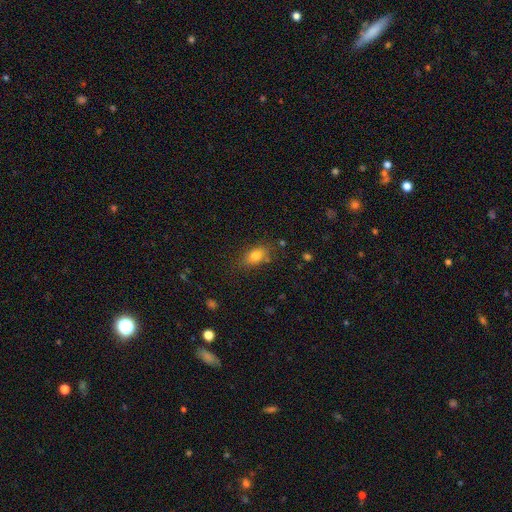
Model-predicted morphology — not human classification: type=smooth (80%); roundness=in between (78%); merging=none (76%).